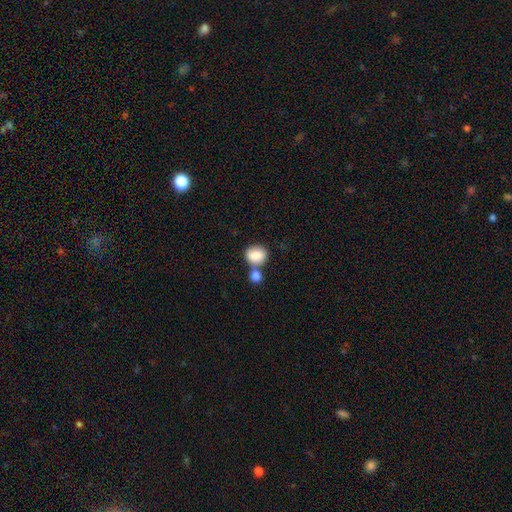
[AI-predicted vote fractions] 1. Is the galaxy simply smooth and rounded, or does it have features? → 84% smooth, 9% featured or disk, 7% star or artifact.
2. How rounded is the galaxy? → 62% round, 37% in between, 1% cigar-shaped.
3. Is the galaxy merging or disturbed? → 45% merger, 41% none, 11% minor disturbance, 4% major disturbance.